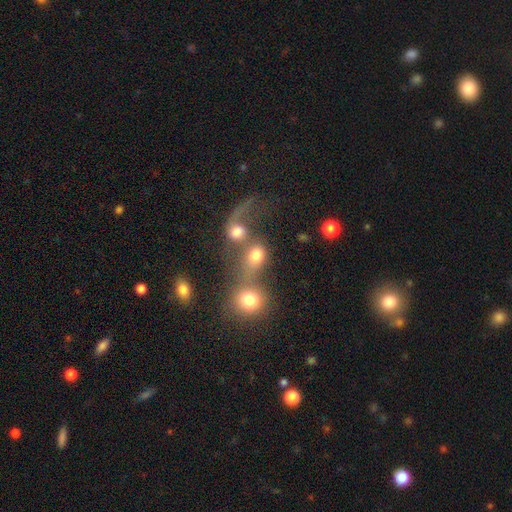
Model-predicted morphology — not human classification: This is likely a smooth galaxy (67%). How rounded: likely round (69%). Merging: likely merger (63%).